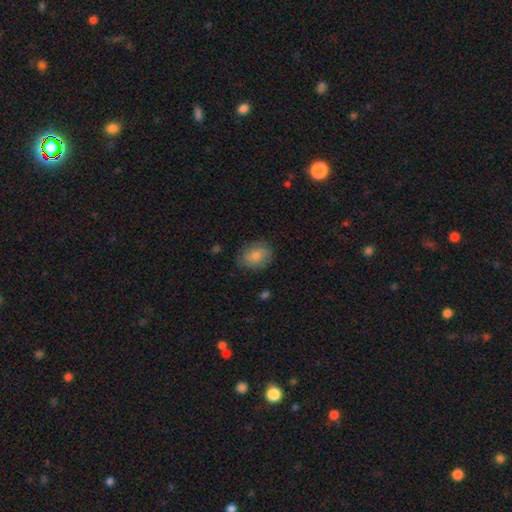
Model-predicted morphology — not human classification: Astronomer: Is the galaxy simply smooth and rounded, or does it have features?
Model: smooth — 79%.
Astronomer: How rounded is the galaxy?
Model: in between — 68%.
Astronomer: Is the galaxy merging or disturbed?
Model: none — 78%.